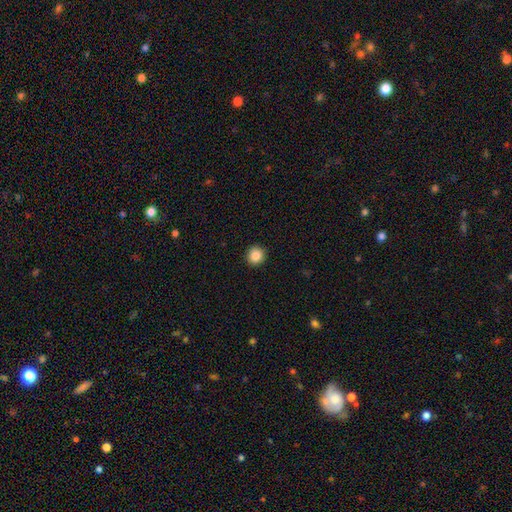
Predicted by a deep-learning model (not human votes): The model was most divided on "smooth or featured": smooth: 85%, star or artifact: 10%, featured or disk: 5%. More confident: merging — none (93%); how rounded — round (92%).